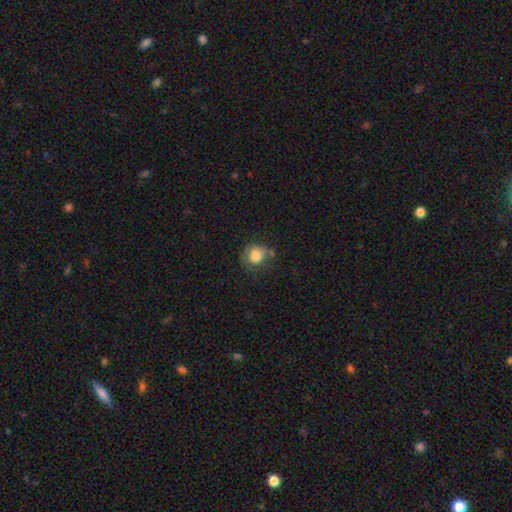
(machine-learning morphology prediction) Smooth or featured?
  - smooth: 77% *
  - featured or disk: 14%
  - star or artifact: 9%
How rounded?
  - round: 67% *
  - in between: 32%
  - cigar-shaped: 1%
Merging?
  - none: 48% *
  - minor disturbance: 30%
  - major disturbance: 15%
  - merger: 8%